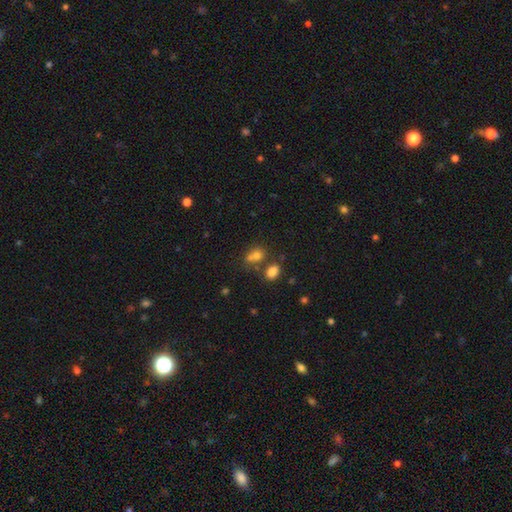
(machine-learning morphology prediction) This is likely a smooth galaxy (73%). How rounded: possibly in between (59%). Merging: marginally none (43%).